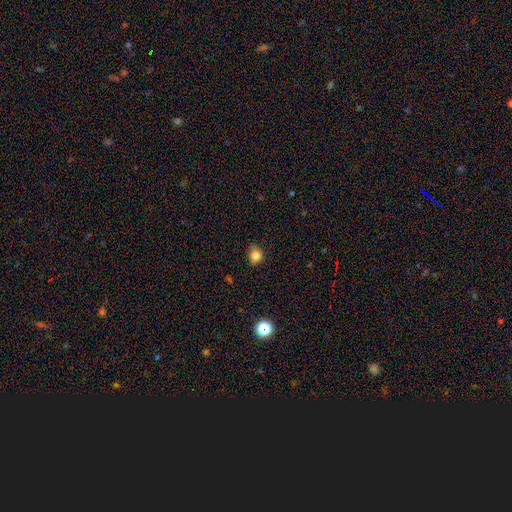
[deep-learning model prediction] This is clearly a smooth galaxy (81%). How rounded: likely round (75%). Merging: likely none (70%).